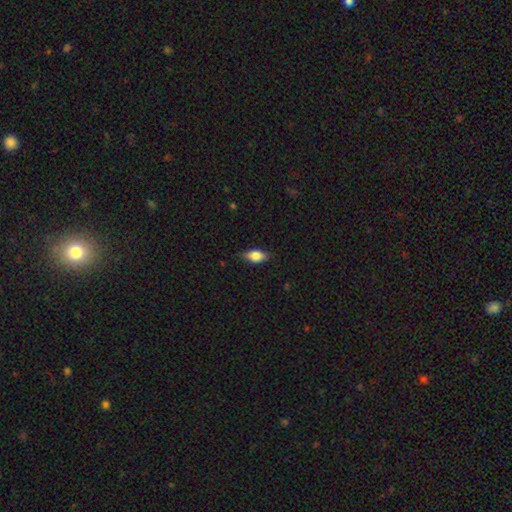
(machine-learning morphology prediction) smooth_or_featured: smooth (p=0.73) [alt: featured or disk p=0.19]
how_rounded: in between (p=0.83) [alt: cigar-shaped p=0.09]
merging: none (p=0.79) [alt: minor disturbance p=0.17]